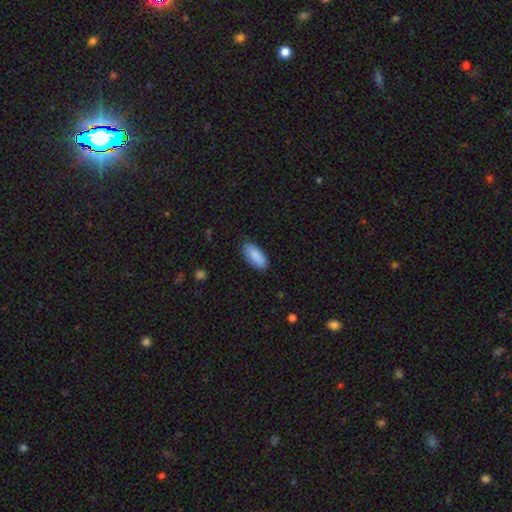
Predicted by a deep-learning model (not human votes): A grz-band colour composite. It shows a smooth galaxy with no disk features (89%) that is in between round and cigar-shaped (85%). Merging: none (84%).